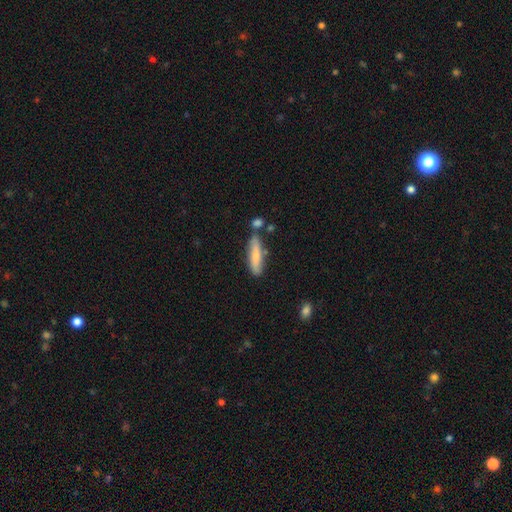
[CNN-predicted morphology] A smooth galaxy with no disk features (72%) that is cigar-shaped (72%). Merging: none (72%).